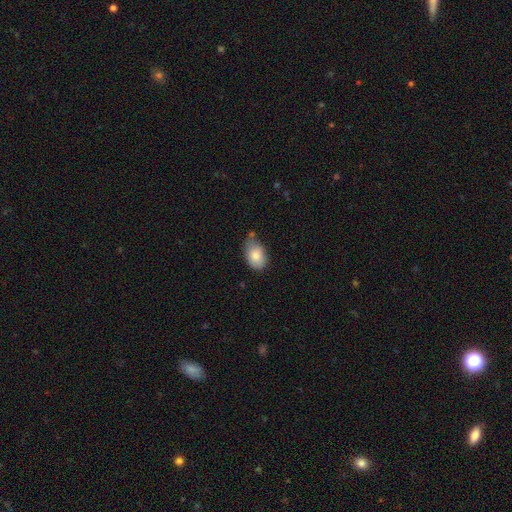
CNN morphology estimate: Smooth or featured? Predicted: smooth (p=0.83). How rounded? Predicted: in between (p=0.87). Merging? Predicted: none (p=0.57).